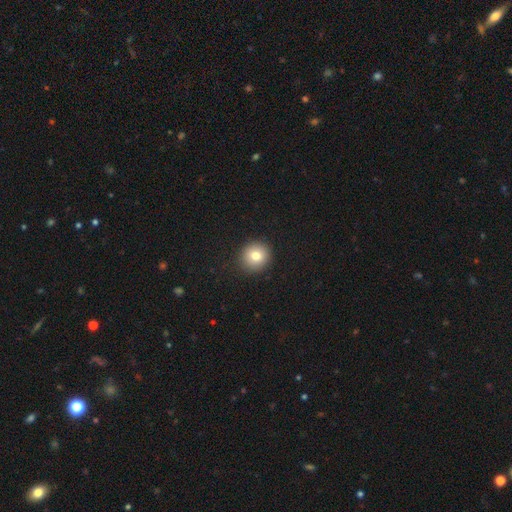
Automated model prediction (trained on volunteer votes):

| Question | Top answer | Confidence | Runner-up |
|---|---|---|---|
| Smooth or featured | smooth | 79% | star or artifact (11%) |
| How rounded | round | 92% | in between (7%) |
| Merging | none | 92% | minor disturbance (5%) |